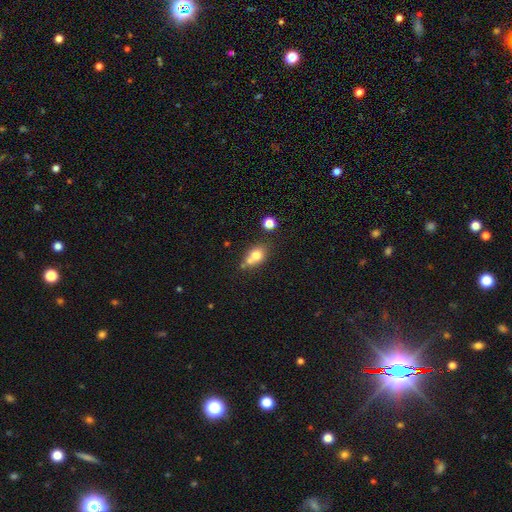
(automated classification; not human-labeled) Q: Smooth or featured?
A: smooth (73%); runner-up: featured or disk (16%)
Q: How rounded?
A: in between (51%); runner-up: round (47%)
Q: Merging?
A: none (45%); runner-up: merger (36%)